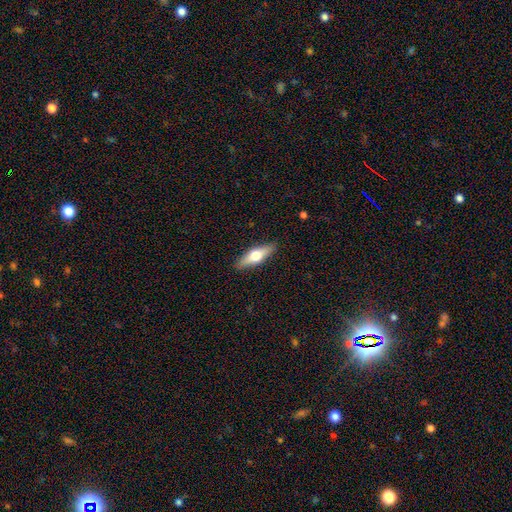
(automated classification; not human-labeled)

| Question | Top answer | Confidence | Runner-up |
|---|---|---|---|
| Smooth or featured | smooth | 48% | featured or disk (46%) |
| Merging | none | 89% | minor disturbance (8%) |